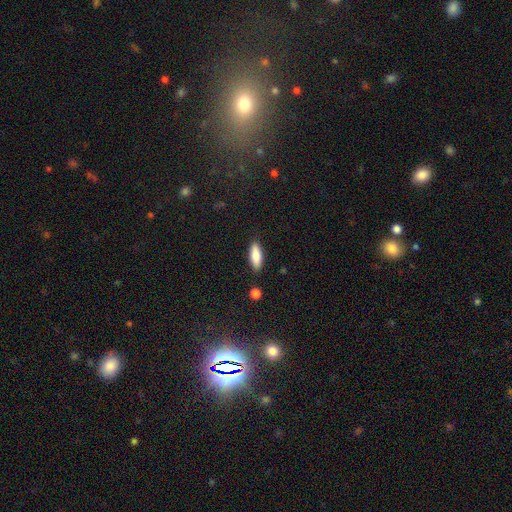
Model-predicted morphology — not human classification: Q: Smooth or featured?
A: smooth (82%); runner-up: featured or disk (11%)
Q: How rounded?
A: in between (65%); runner-up: cigar-shaped (33%)
Q: Merging?
A: none (86%); runner-up: minor disturbance (10%)